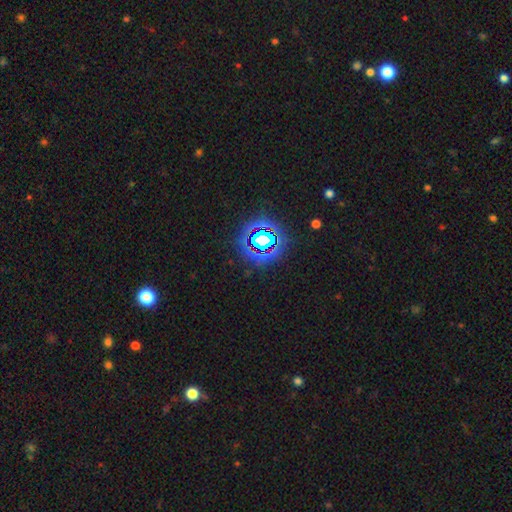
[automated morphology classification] star or artifact 81%, smooth 11%, featured or disk 7%.